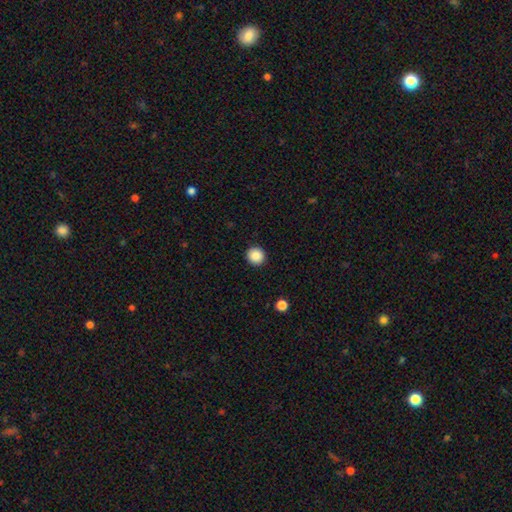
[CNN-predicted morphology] Q: Smooth or featured?
A: smooth (88%); runner-up: star or artifact (9%)
Q: How rounded?
A: round (94%); runner-up: in between (5%)
Q: Merging?
A: none (93%); runner-up: minor disturbance (5%)